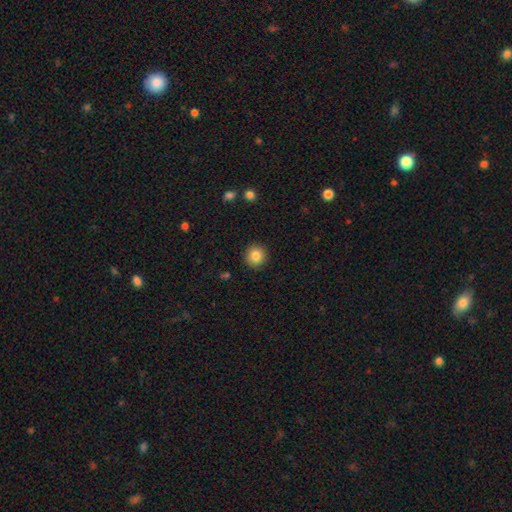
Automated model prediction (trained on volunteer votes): Overall: smooth (83%). How rounded: round (93%). Merging: none (91%).